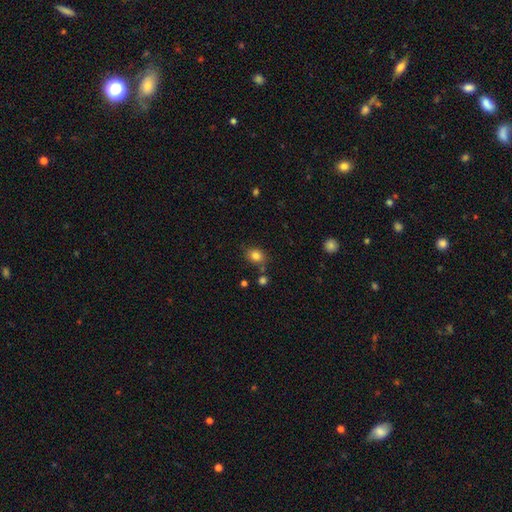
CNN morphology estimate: smooth_or_featured: smooth (p=0.82) [alt: star or artifact p=0.11]
how_rounded: round (p=0.54) [alt: in between p=0.45]
merging: none (p=0.74) [alt: minor disturbance p=0.14]